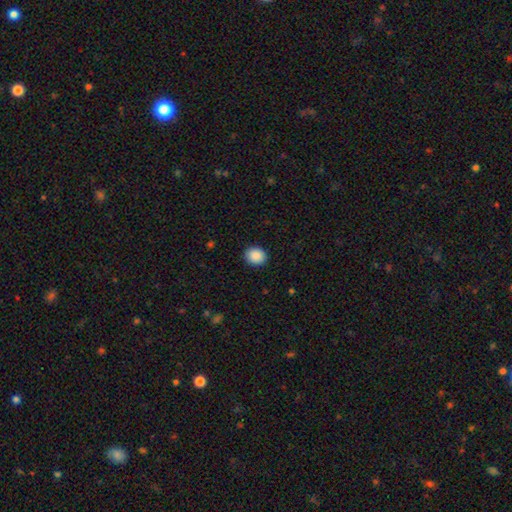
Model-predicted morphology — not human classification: Smooth or featured? smooth (90%)
How rounded? round (68%)
Merging? none (91%)